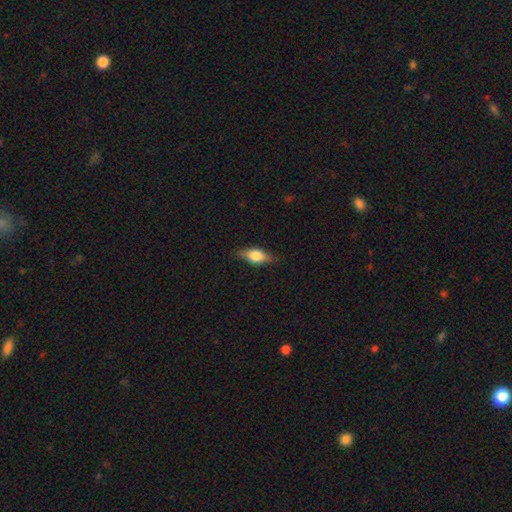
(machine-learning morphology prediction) The model was most divided on "smooth or featured": smooth: 55%, featured or disk: 37%, star or artifact: 8%. More confident: merging — none (81%); how rounded — in between (76%).